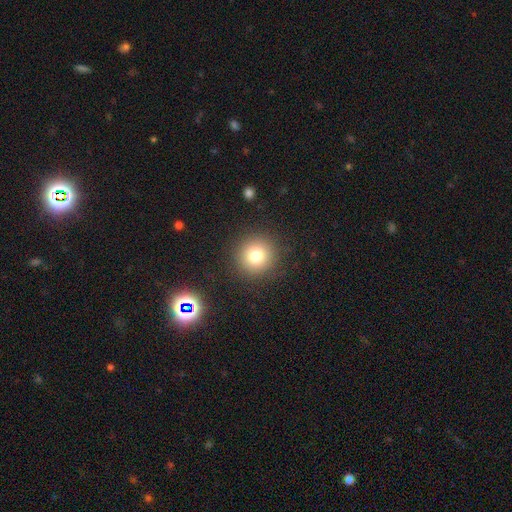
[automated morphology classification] Overall: smooth (78%). How rounded: round (94%). Merging: none (89%).